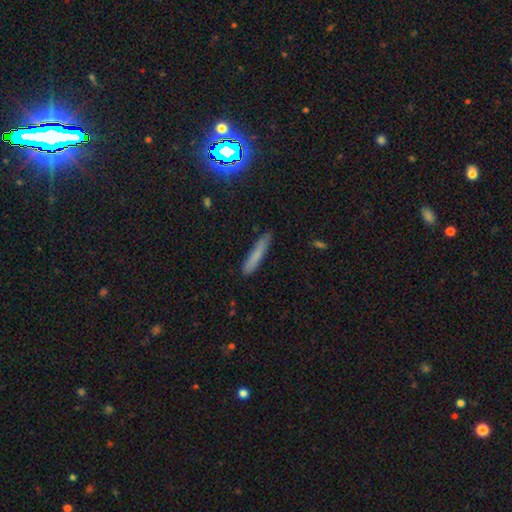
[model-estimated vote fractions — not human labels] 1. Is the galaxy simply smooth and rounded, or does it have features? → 73% smooth, 17% featured or disk, 10% star or artifact.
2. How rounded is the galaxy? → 92% cigar-shaped, 6% in between, 1% round.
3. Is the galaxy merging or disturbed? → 84% none, 12% minor disturbance, 2% major disturbance, 2% merger.